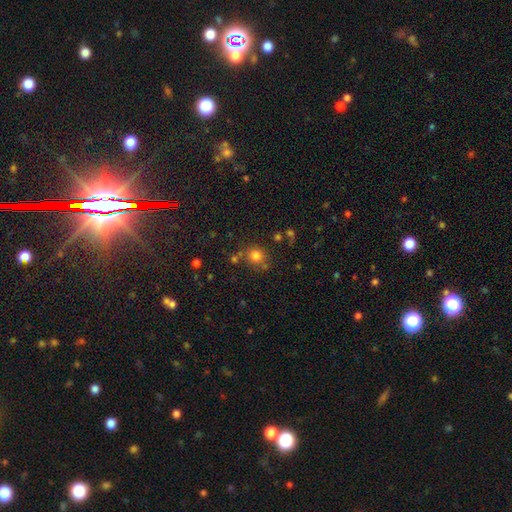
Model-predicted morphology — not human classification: This is likely a smooth galaxy (78%). How rounded: clearly round (87%). Merging: likely none (72%).